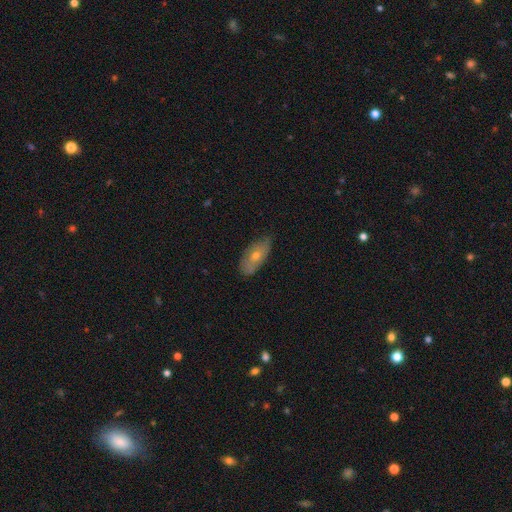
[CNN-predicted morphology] Smooth or featured?
  - smooth: 51% *
  - featured or disk: 40%
  - star or artifact: 8%
How rounded?
  - in between: 82% *
  - cigar-shaped: 14%
  - round: 4%
Merging?
  - none: 73% *
  - minor disturbance: 22%
  - major disturbance: 3%
  - merger: 1%